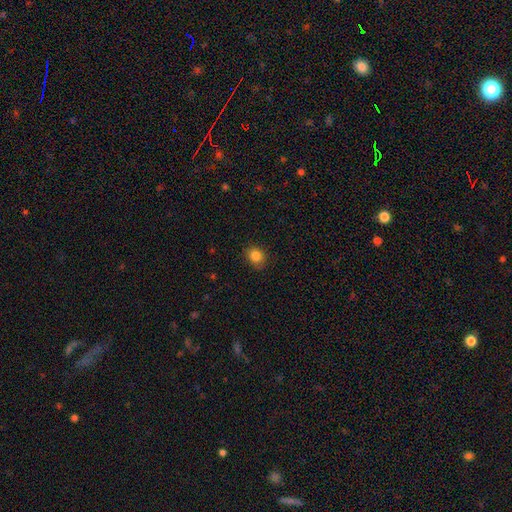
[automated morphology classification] Smooth or featured?
  - smooth: 84% *
  - star or artifact: 11%
  - featured or disk: 5%
How rounded?
  - round: 68% *
  - in between: 31%
  - cigar-shaped: 1%
Merging?
  - none: 85% *
  - minor disturbance: 12%
  - major disturbance: 3%
  - merger: 1%